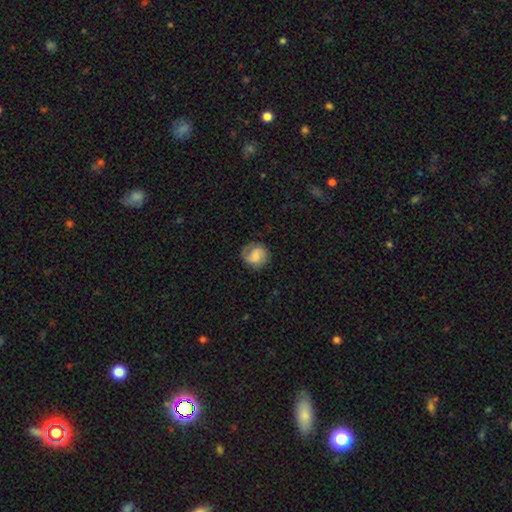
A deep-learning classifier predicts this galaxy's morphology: smooth_or_featured: featured or disk (p=0.47) [alt: smooth p=0.45]
merging: none (p=0.70) [alt: minor disturbance p=0.19]